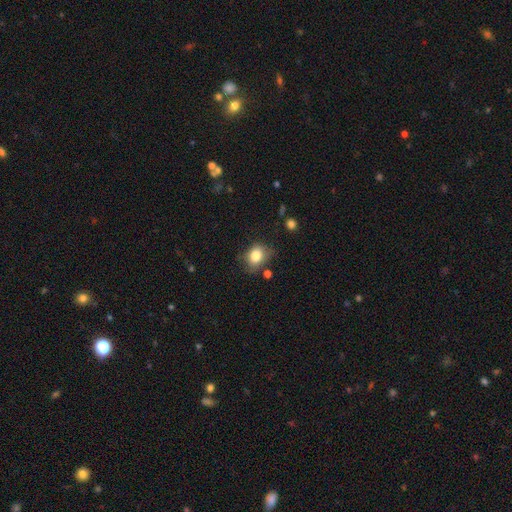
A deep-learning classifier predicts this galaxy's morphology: The model was most divided on "how rounded": in between: 53%, round: 46%, cigar-shaped: 1%. More confident: smooth or featured — smooth (81%); merging — none (63%).